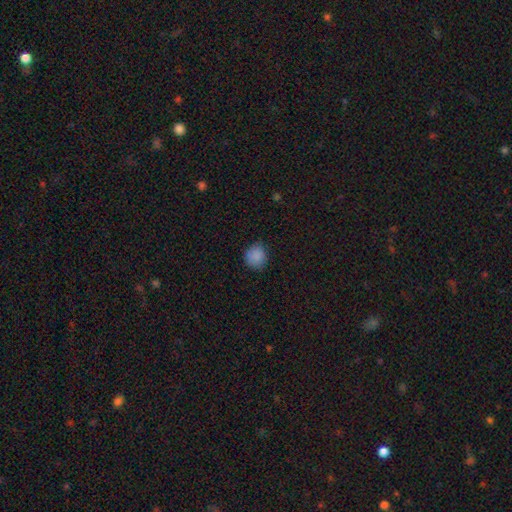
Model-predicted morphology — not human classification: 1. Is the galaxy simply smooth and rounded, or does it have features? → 86% smooth, 9% star or artifact, 5% featured or disk.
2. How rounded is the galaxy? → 83% round, 16% in between, 1% cigar-shaped.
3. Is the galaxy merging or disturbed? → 77% none, 19% minor disturbance, 4% major disturbance, 1% merger.